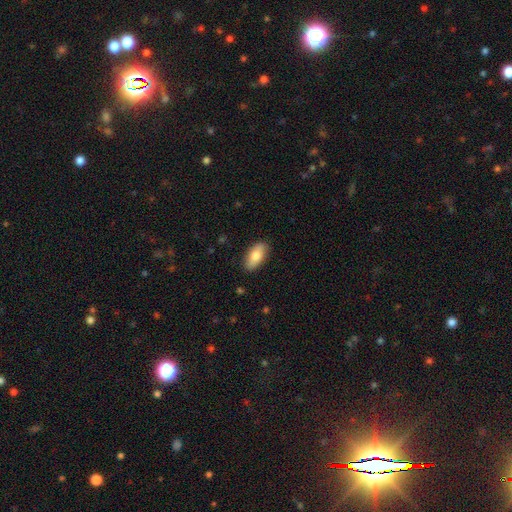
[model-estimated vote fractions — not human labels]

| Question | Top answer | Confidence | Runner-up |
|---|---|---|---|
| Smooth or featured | smooth | 77% | featured or disk (17%) |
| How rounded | in between | 86% | cigar-shaped (11%) |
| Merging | none | 88% | minor disturbance (9%) |